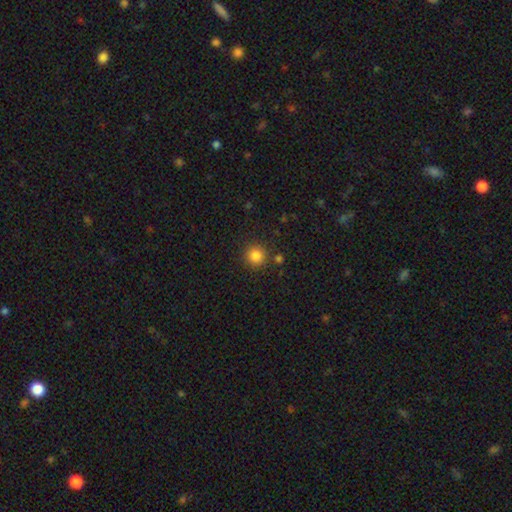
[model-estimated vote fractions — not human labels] A smooth galaxy with no disk features (84%) that is round (92%).

Vote fractions:
- Smooth or featured? smooth: 84% / star or artifact: 12% / featured or disk: 4%
- How rounded? round: 92% / in between: 7% / cigar-shaped: 1%
- Merging? none: 85% / minor disturbance: 8% / merger: 5% / major disturbance: 3%